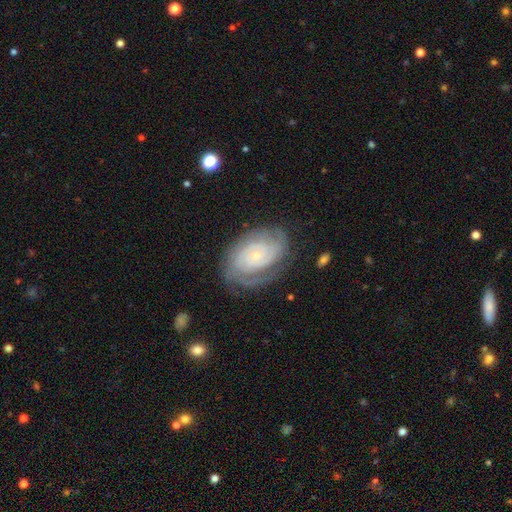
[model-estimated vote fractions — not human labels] smooth-or-featured: featured or disk: 85% | smooth: 10% | star or artifact: 6%
  disk-edge-on: no: 97% | yes: 3%
    bar: no: 73% | weak: 22% | strong: 5%
    has-spiral-arms: yes: 96% | no: 4%
      spiral-winding: tight: 72% | medium: 22% | loose: 5%
      spiral-arm-count: 2: 39% | can't tell: 27% | 3: 17% | 4: 6% | 1: 6% | more than 4: 5%
    bulge-size: small: 80% | moderate: 15% | none: 3% | large: 2% | dominant: 1%
  merging: none: 72% | minor disturbance: 18% | major disturbance: 9% | merger: 1%